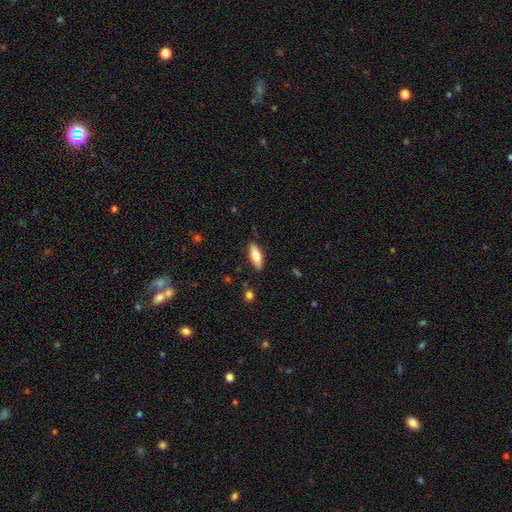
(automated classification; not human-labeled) smooth-or-featured: smooth: 68% | featured or disk: 26% | star or artifact: 6%
  how-rounded: in between: 69% | cigar-shaped: 29% | round: 2%
  merging: none: 87% | minor disturbance: 10% | major disturbance: 2% | merger: 1%